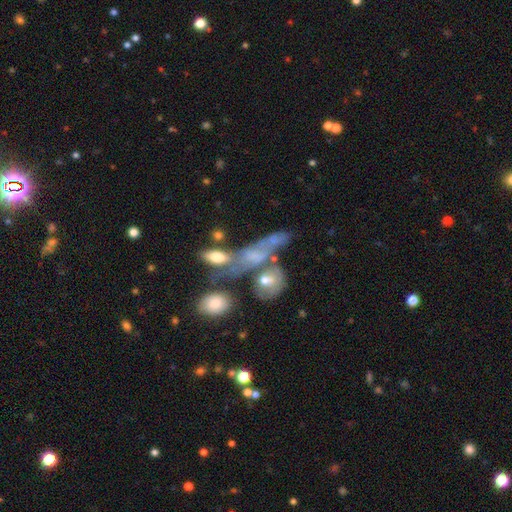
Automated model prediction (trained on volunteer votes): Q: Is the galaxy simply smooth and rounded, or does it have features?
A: featured or disk — 43%.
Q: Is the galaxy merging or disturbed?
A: merger — 38%.